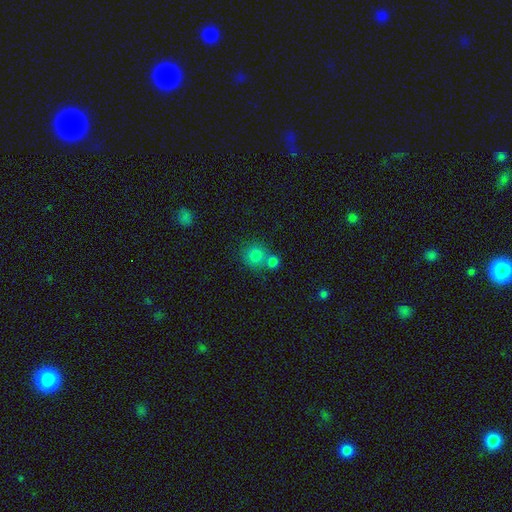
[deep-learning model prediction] Morphology: type=smooth (81%); roundness=round (86%); merging=none (55%).